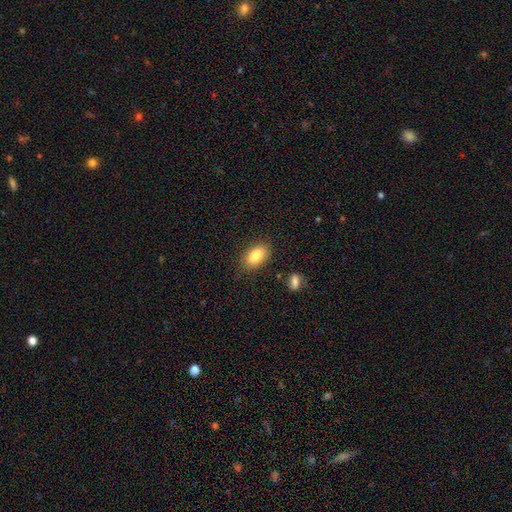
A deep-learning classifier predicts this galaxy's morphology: smooth_or_featured: smooth (p=0.84) [alt: featured or disk p=0.08]
how_rounded: in between (p=0.91) [alt: round p=0.08]
merging: none (p=0.84) [alt: minor disturbance p=0.11]